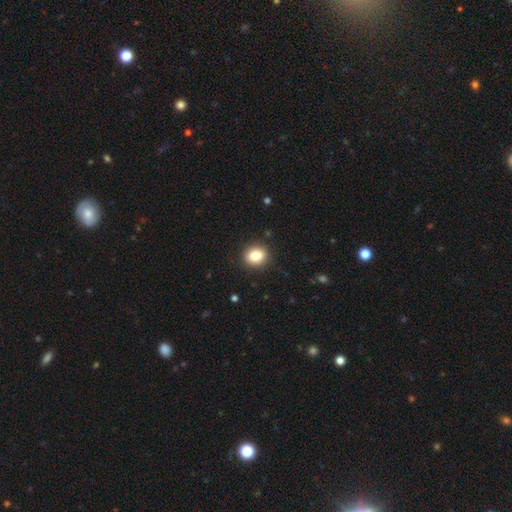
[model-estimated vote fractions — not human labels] The model was most divided on "how rounded": round: 61%, in between: 38%, cigar-shaped: 1%. More confident: merging — none (90%); smooth or featured — smooth (84%).